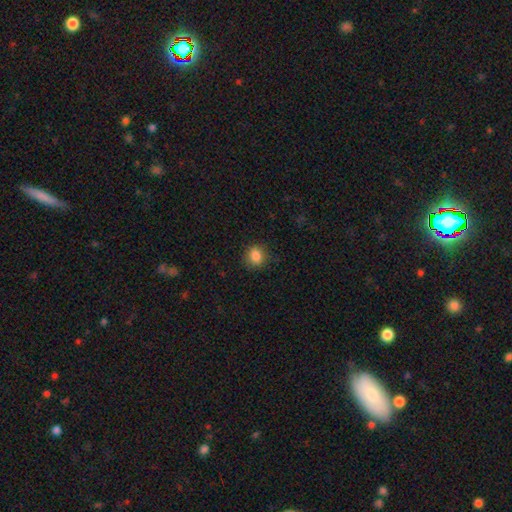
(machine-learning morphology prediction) Smooth or featured? smooth (85%)
How rounded? round (72%)
Merging? none (83%)